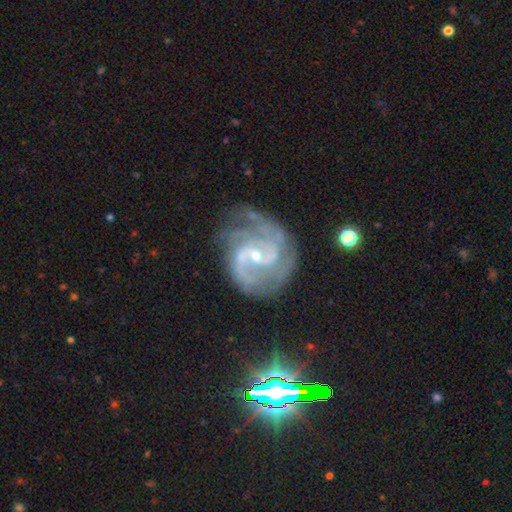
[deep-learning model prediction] smooth-or-featured: featured or disk: 91% | star or artifact: 6% | smooth: 4%
  disk-edge-on: no: 98% | yes: 2%
    bar: weak: 45% | no: 39% | strong: 16%
    has-spiral-arms: yes: 98% | no: 2%
      spiral-winding: medium: 52% | tight: 35% | loose: 13%
      spiral-arm-count: 2: 63% | 3: 14% | can't tell: 10% | 4: 5% | 1: 4% | more than 4: 4%
    bulge-size: small: 71% | moderate: 26% | none: 1% | large: 1% | dominant: 1%
  merging: none: 61% | minor disturbance: 23% | major disturbance: 13% | merger: 3%